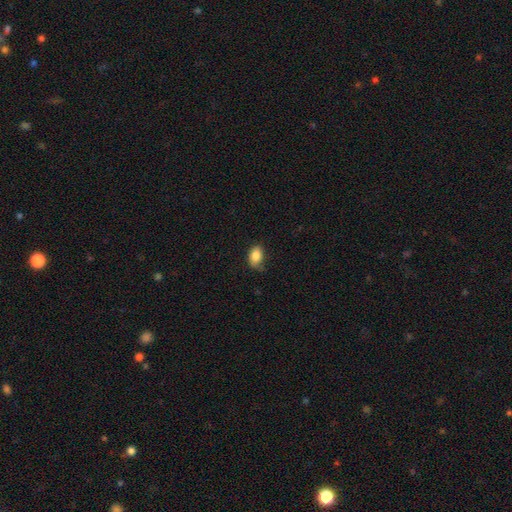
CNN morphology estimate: Smooth or featured? Predicted: smooth (p=0.85). How rounded? Predicted: in between (p=0.86). Merging? Predicted: none (p=0.66).